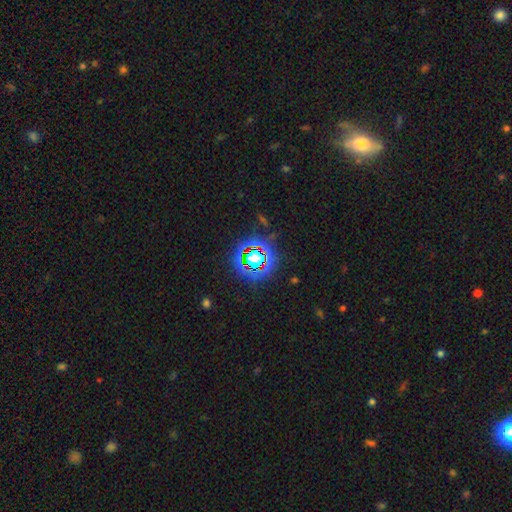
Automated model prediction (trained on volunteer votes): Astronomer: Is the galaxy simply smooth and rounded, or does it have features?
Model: star or artifact — 78%.